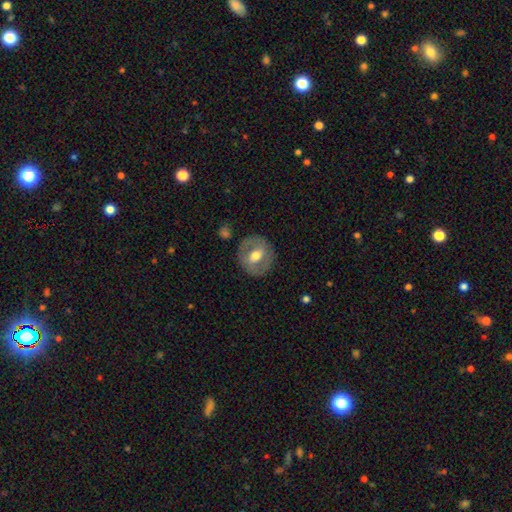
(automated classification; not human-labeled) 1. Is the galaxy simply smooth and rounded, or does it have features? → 48% featured or disk, 45% smooth, 6% star or artifact.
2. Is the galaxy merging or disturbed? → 82% none, 12% minor disturbance, 4% major disturbance, 2% merger.